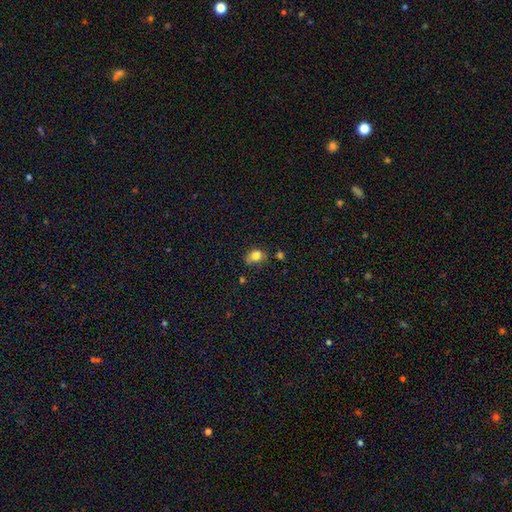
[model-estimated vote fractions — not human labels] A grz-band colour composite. It shows a smooth galaxy with no disk features (81%) that is in between round and cigar-shaped (62%). Merging: none (56%).